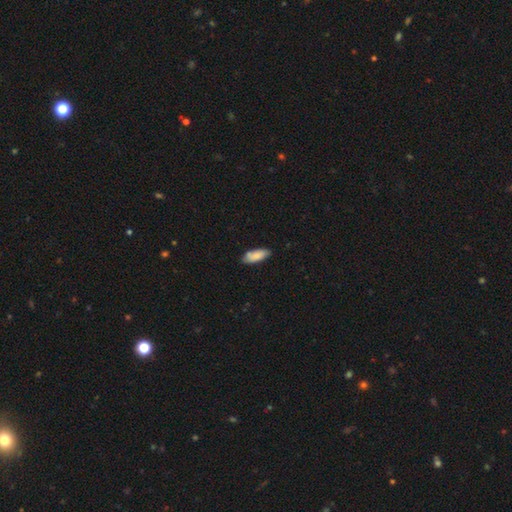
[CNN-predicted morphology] The model was most divided on "how rounded": in between: 74%, cigar-shaped: 24%, round: 2%. More confident: smooth or featured — smooth (85%); merging — none (79%).